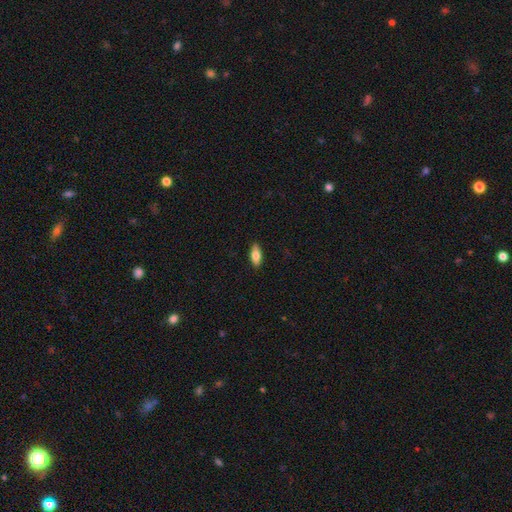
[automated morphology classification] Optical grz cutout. It shows a smooth galaxy with no disk features (75%) that is in between round and cigar-shaped (77%). Merging: none (89%).